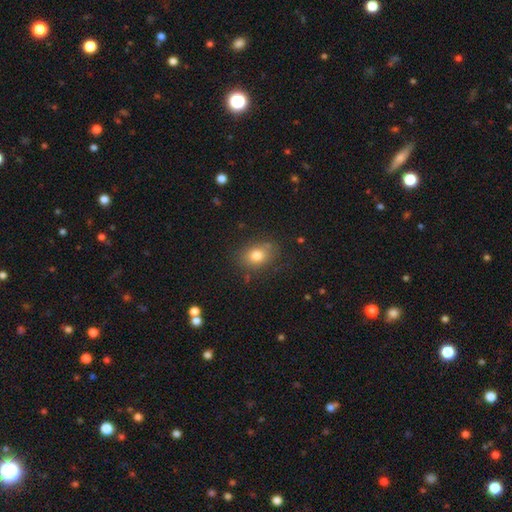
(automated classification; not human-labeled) Overall: smooth (79%). How rounded: in between (65%; round 34%). Merging: none (76%).